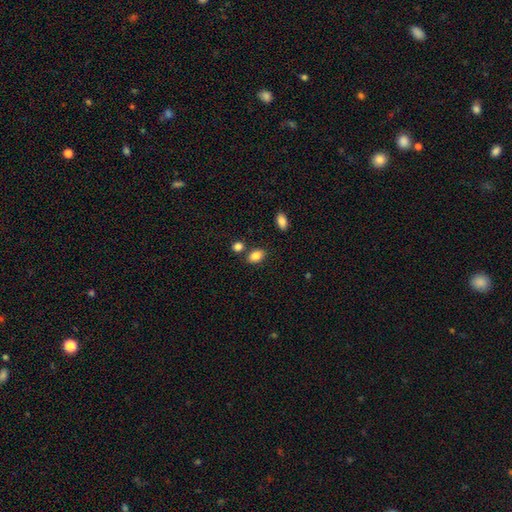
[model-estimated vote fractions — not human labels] Overall: smooth (86%). How rounded: in between (80%). Merging: none (76%).